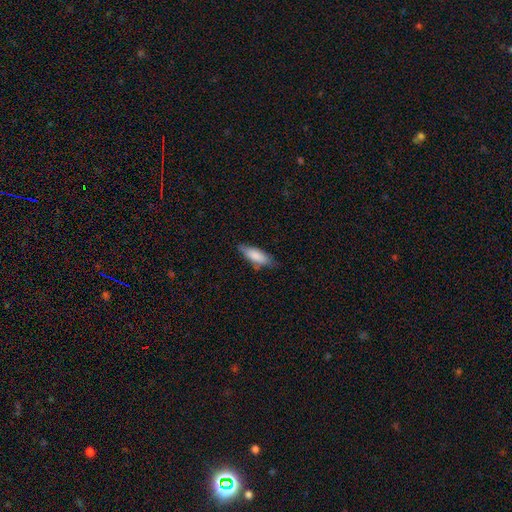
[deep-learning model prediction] smooth_or_featured: smooth (p=0.82) [alt: featured or disk p=0.12]
how_rounded: in between (p=0.64) [alt: cigar-shaped p=0.34]
merging: none (p=0.70) [alt: minor disturbance p=0.24]